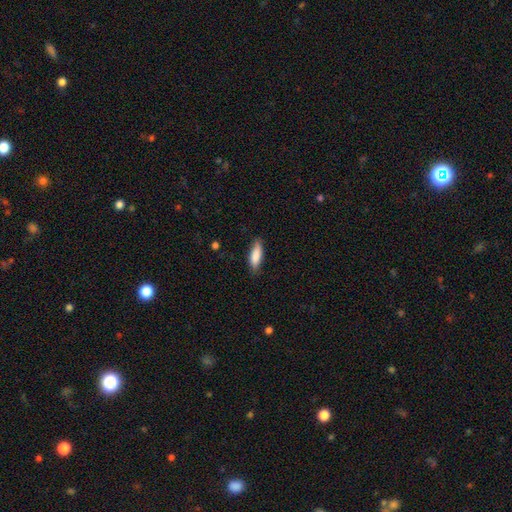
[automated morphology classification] Smooth or featured? smooth (85%)
How rounded? in between (54%)
Merging? none (81%)